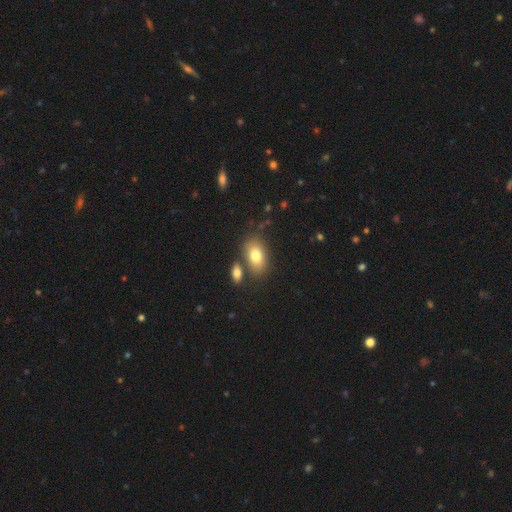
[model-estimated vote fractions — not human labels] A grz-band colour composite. It shows a smooth galaxy with no disk features (78%) that is in between round and cigar-shaped (87%). Merging: none (68%).